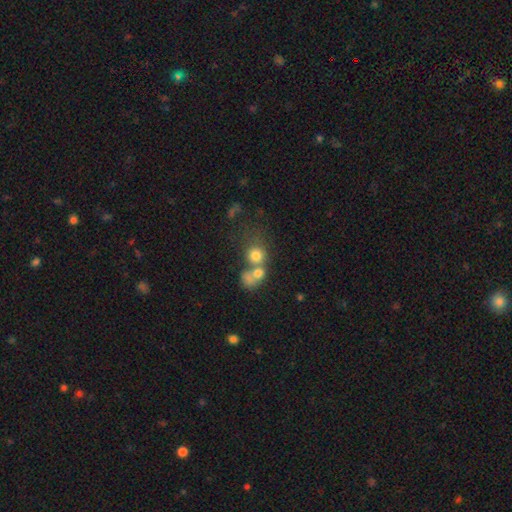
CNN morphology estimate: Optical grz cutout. It shows a smooth galaxy with no disk features (71%) that is round (78%). Merging: merger (52%).